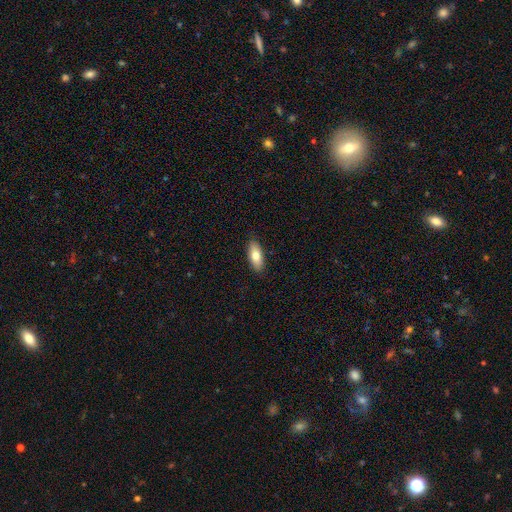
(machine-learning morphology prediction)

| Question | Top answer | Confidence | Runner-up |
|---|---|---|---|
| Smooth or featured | smooth | 75% | featured or disk (19%) |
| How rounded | in between | 80% | cigar-shaped (18%) |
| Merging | none | 88% | minor disturbance (10%) |